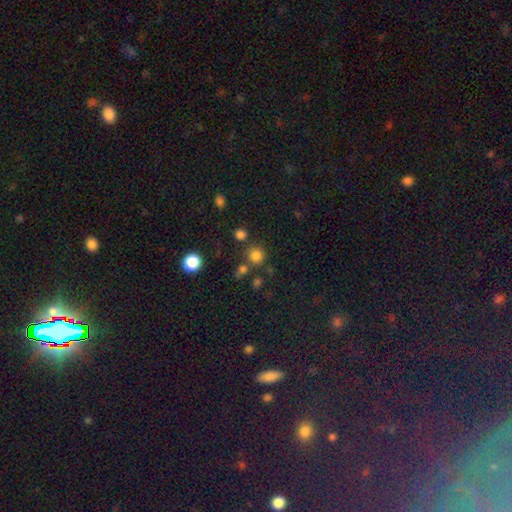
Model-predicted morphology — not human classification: smooth_or_featured: smooth (p=0.79) [alt: star or artifact p=0.16]
how_rounded: round (p=0.88) [alt: in between p=0.11]
merging: none (p=0.73) [alt: merger p=0.13]